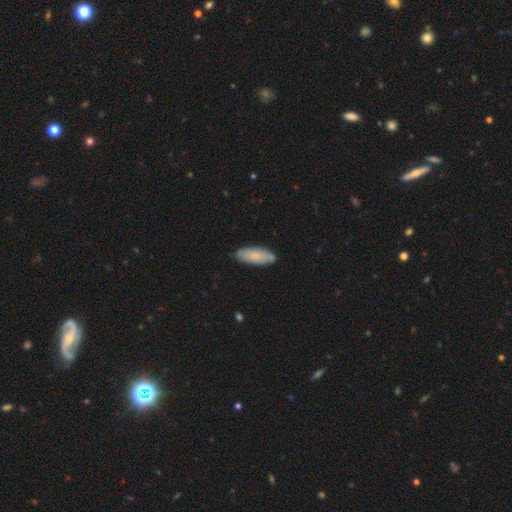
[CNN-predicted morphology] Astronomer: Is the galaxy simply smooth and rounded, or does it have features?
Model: smooth — 77%.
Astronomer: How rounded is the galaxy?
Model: in between — 66%.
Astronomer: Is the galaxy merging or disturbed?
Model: none — 80%.